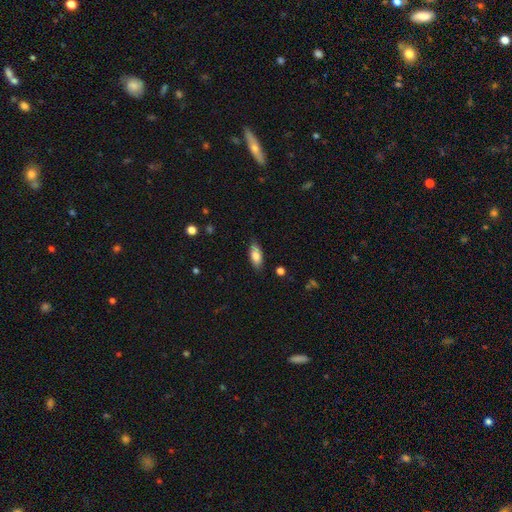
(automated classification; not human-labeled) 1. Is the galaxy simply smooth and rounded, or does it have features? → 80% smooth, 13% featured or disk, 7% star or artifact.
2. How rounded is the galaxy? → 83% in between, 14% cigar-shaped, 2% round.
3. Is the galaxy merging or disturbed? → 83% none, 13% minor disturbance, 2% major disturbance, 1% merger.